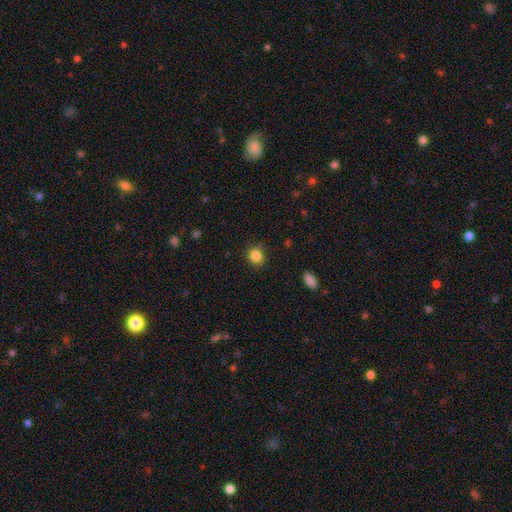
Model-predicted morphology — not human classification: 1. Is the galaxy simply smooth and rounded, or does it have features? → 85% smooth, 11% star or artifact, 4% featured or disk.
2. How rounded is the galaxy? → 76% round, 23% in between, 1% cigar-shaped.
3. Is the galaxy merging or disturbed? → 82% none, 13% minor disturbance, 3% major disturbance, 1% merger.